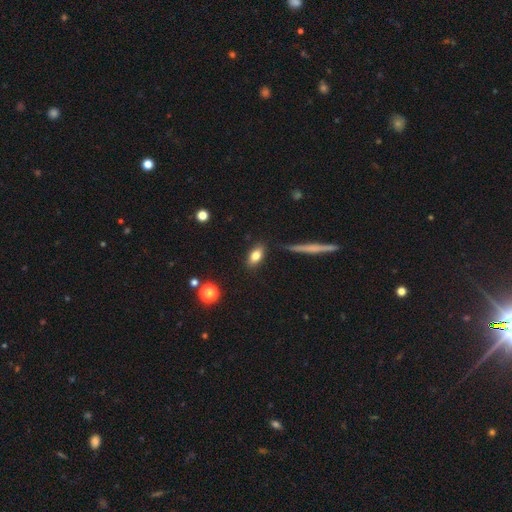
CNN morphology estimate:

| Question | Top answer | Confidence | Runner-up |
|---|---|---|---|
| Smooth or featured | smooth | 80% | featured or disk (12%) |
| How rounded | in between | 83% | round (9%) |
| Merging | none | 86% | minor disturbance (9%) |